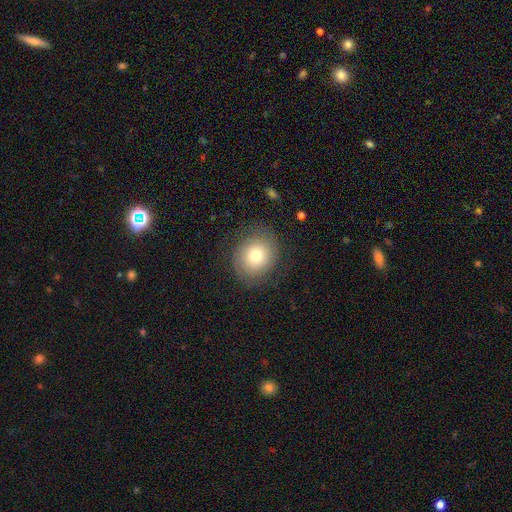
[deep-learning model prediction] Q: Smooth or featured?
A: smooth (65%); runner-up: featured or disk (25%)
Q: How rounded?
A: round (75%); runner-up: in between (24%)
Q: Merging?
A: none (78%); runner-up: minor disturbance (14%)